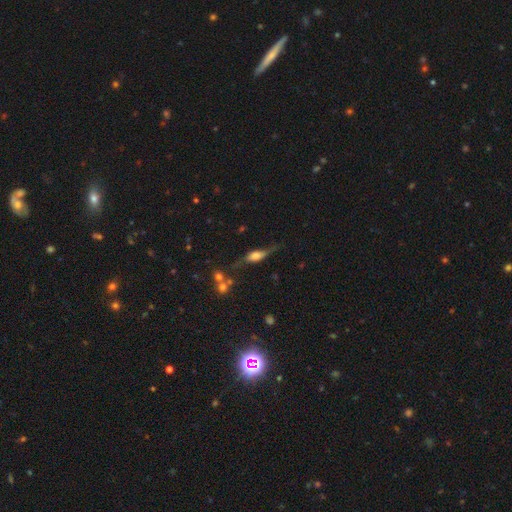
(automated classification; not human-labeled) featured or disk 50%, smooth 41%, star or artifact 9%. Down the decision tree: edge-on disk — yes (65%); merging — none (54%).